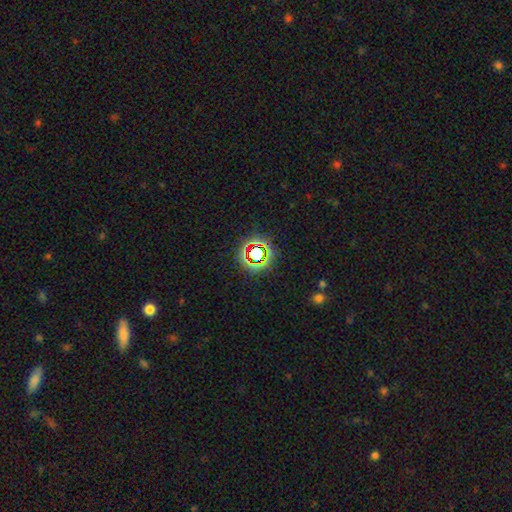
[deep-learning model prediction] Morphology: type=star or artifact (70%).